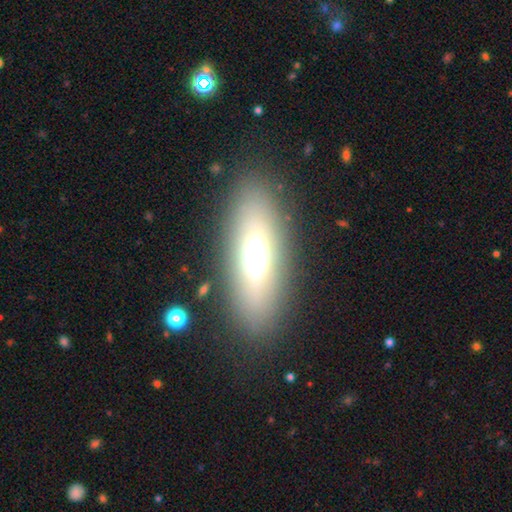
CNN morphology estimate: Overall: smooth (48%; featured or disk 38%). Merging: none (83%).